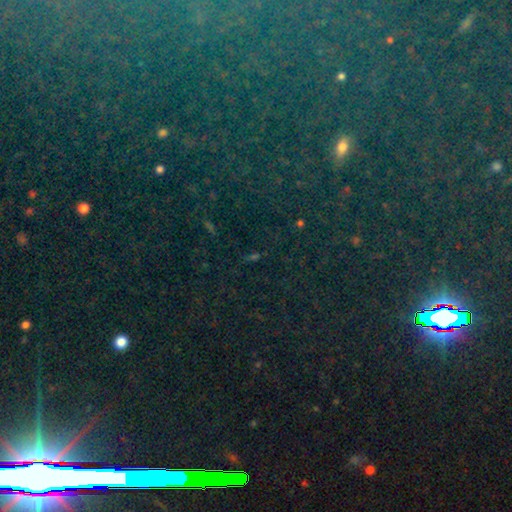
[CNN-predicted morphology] star or artifact 83%, smooth 10%, featured or disk 7%.